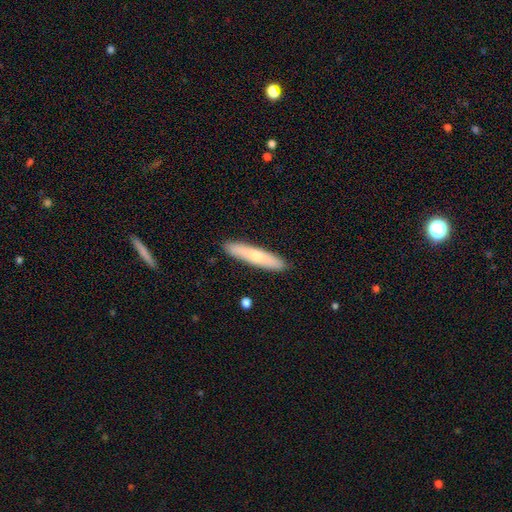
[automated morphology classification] This appears to be a smooth galaxy with no disk features (65%) that is cigar-shaped (86%). Merging: none (90%).